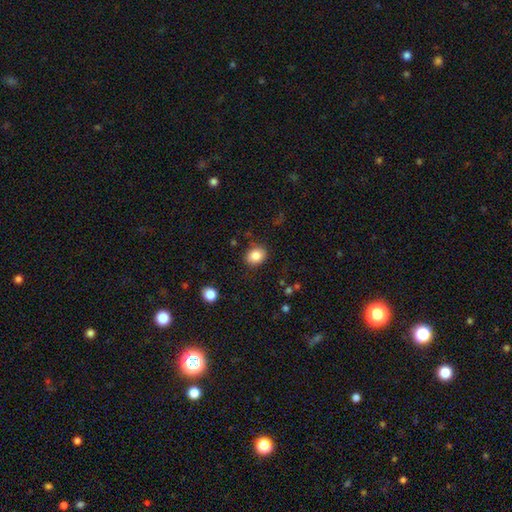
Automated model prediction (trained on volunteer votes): Morphology: type=smooth (85%); roundness=round (54%); merging=none (84%).